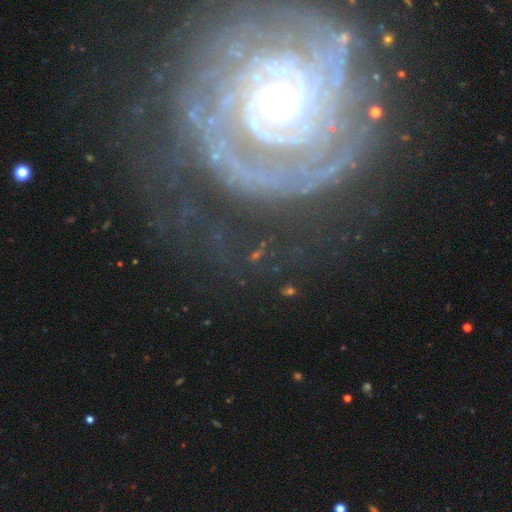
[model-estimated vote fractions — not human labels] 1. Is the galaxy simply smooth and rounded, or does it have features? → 48% featured or disk, 32% star or artifact, 19% smooth.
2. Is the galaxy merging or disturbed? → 64% none, 15% minor disturbance, 14% major disturbance, 7% merger.